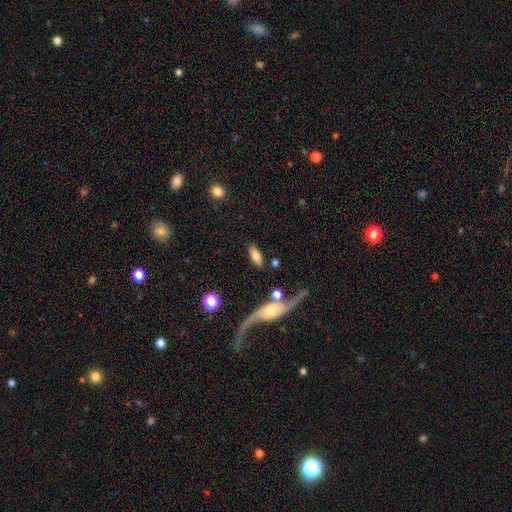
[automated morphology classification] smooth_or_featured: smooth (p=0.70) [alt: featured or disk p=0.24]
how_rounded: in between (p=0.77) [alt: cigar-shaped p=0.19]
merging: none (p=0.75) [alt: minor disturbance p=0.13]